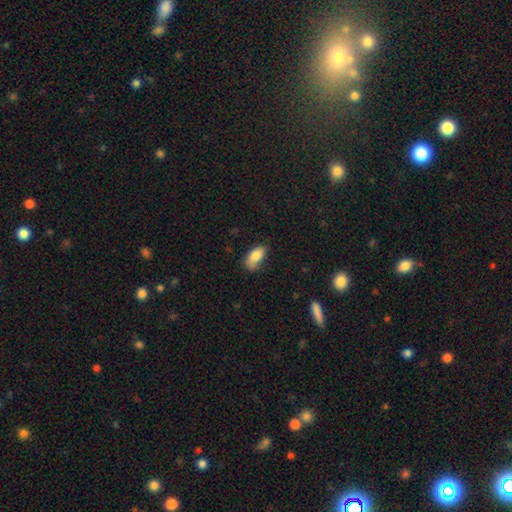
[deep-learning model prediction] The model was most divided on "merging": none: 58%, minor disturbance: 31%, major disturbance: 8%, merger: 2%. More confident: how rounded — in between (91%); smooth or featured — smooth (82%).